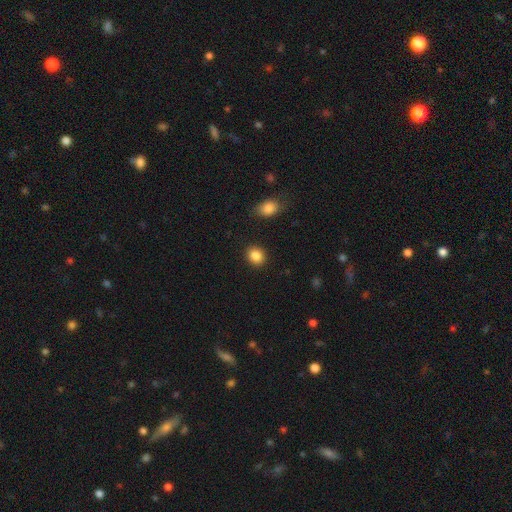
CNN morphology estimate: Smooth or featured: smooth — 87% (star or artifact — 9%)
How rounded: round — 69% (in between — 30%)
Merging: none — 89% (minor disturbance — 7%)